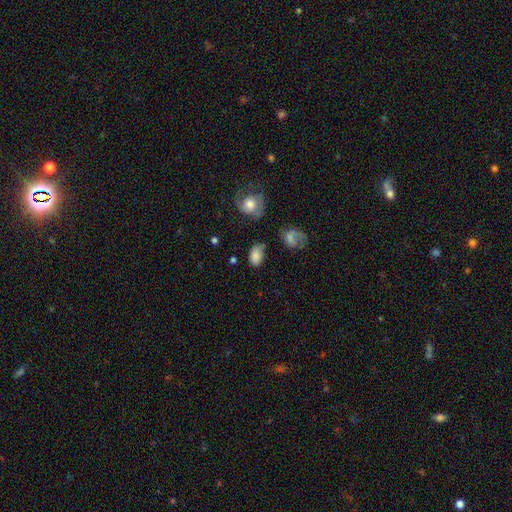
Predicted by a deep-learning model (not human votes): smooth_or_featured: smooth (p=0.82) [alt: featured or disk p=0.09]
how_rounded: in between (p=0.86) [alt: round p=0.12]
merging: none (p=0.62) [alt: minor disturbance p=0.23]